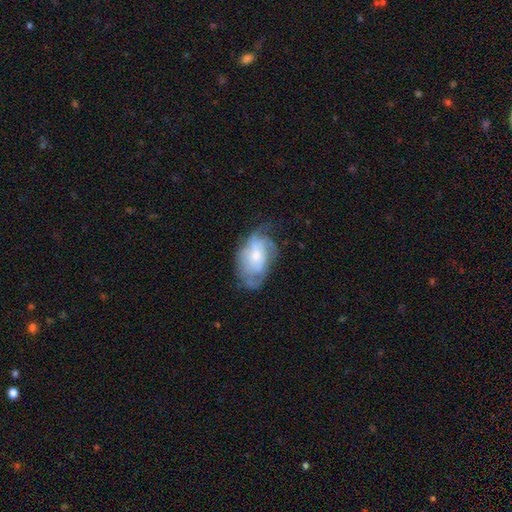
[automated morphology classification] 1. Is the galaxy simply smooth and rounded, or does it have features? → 59% featured or disk, 33% smooth, 7% star or artifact.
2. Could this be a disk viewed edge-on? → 96% no, 4% yes.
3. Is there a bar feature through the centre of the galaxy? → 73% no, 23% weak, 4% strong.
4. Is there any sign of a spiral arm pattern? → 73% yes, 27% no.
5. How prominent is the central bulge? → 44% moderate, 34% small, 13% large, 7% none, 2% dominant.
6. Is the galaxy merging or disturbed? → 46% none, 30% minor disturbance, 22% major disturbance, 2% merger.